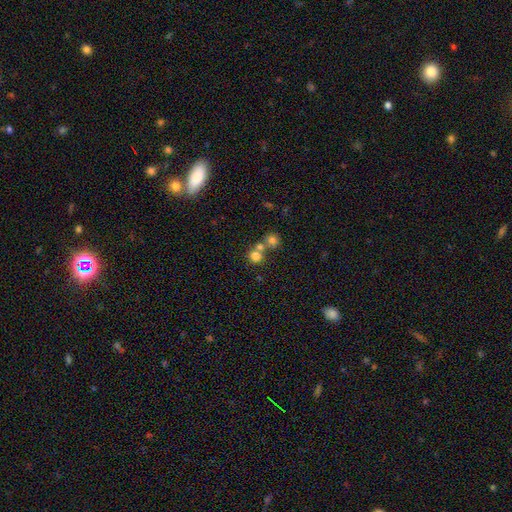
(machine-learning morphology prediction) A smooth galaxy with no disk features (75%) that is round (86%). Merging: none (47%).